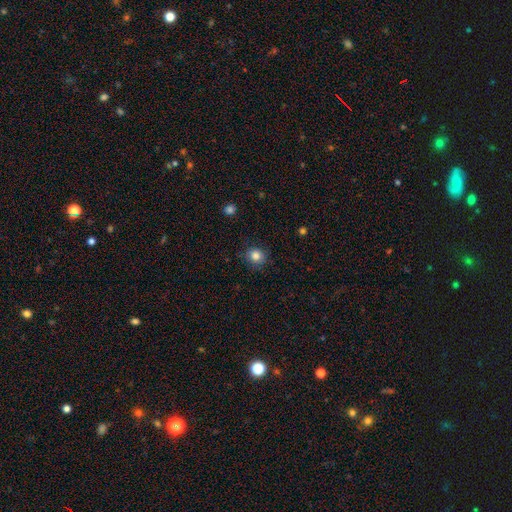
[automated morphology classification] smooth_or_featured: smooth (p=0.83) [alt: star or artifact p=0.11]
how_rounded: round (p=0.83) [alt: in between p=0.16]
merging: none (p=0.84) [alt: minor disturbance p=0.12]